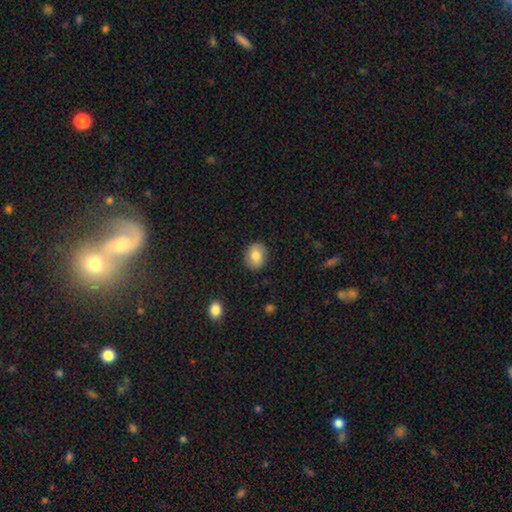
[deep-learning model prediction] This appears to be a smooth galaxy with no disk features (82%) that is round (57%). Merging: none (87%).